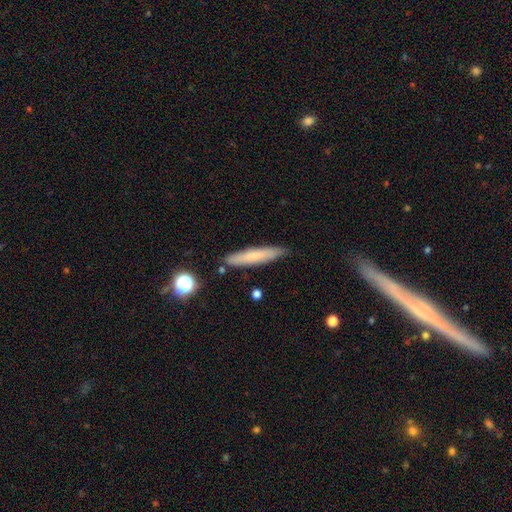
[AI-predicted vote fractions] This appears to be a smooth galaxy with no disk features (74%) that is cigar-shaped (88%). Merging: none (85%).